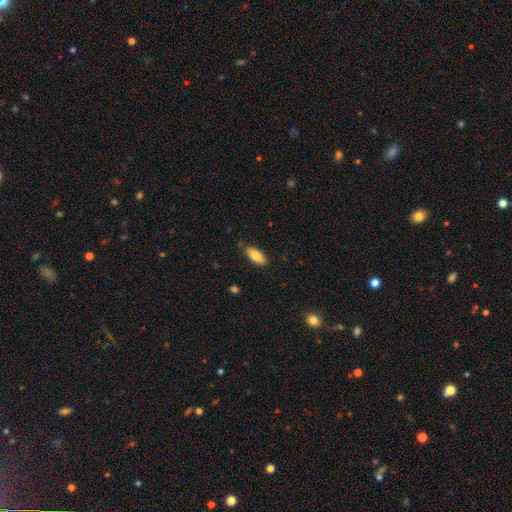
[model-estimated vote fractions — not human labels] Q: Smooth or featured?
A: smooth (84%); runner-up: featured or disk (10%)
Q: How rounded?
A: in between (79%); runner-up: cigar-shaped (19%)
Q: Merging?
A: none (83%); runner-up: minor disturbance (13%)